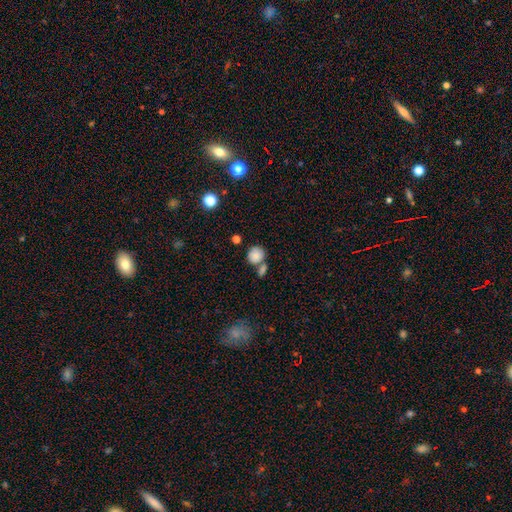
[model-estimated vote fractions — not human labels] The model was most divided on "merging": none: 54%, merger: 30%, minor disturbance: 12%, major disturbance: 4%. More confident: how rounded — round (85%); smooth or featured — smooth (81%).